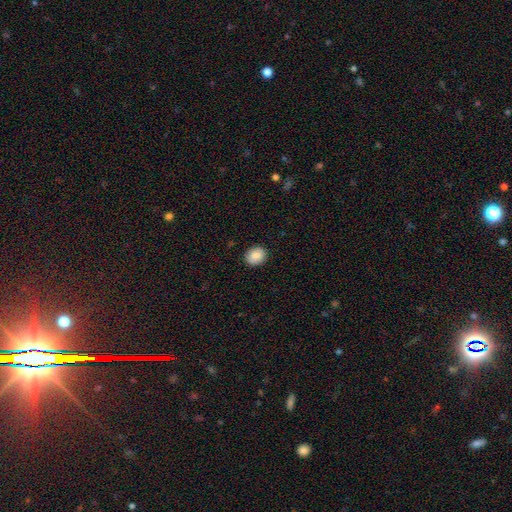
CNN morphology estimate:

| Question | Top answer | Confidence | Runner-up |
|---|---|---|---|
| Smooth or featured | smooth | 85% | star or artifact (8%) |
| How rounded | round | 64% | in between (35%) |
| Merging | none | 90% | minor disturbance (7%) |